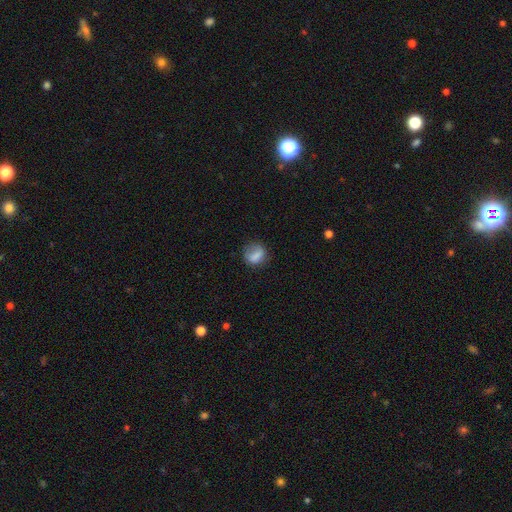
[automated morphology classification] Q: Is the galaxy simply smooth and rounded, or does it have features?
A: smooth — 77%.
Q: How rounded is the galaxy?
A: round — 58%.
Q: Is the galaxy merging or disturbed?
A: none — 61%.